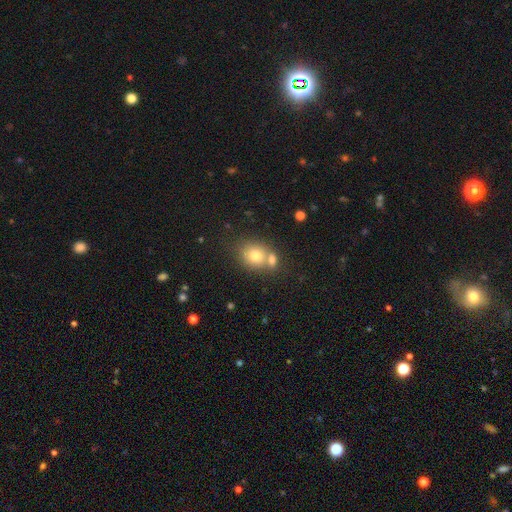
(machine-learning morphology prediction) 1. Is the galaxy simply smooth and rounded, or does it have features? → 77% smooth, 12% featured or disk, 10% star or artifact.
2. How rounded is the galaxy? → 59% round, 40% in between, 1% cigar-shaped.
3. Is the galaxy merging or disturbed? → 48% none, 38% merger, 11% minor disturbance, 4% major disturbance.